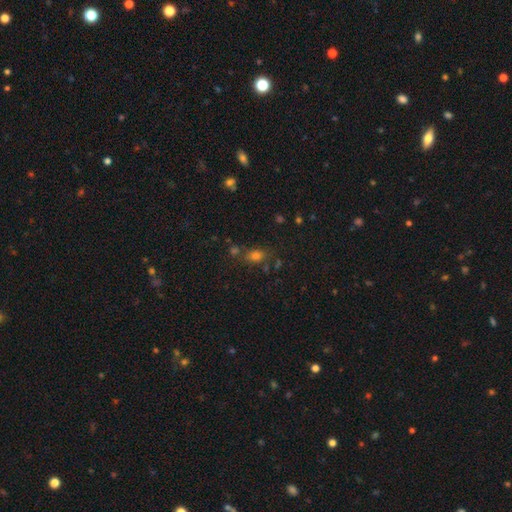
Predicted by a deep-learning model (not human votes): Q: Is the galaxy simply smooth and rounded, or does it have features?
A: smooth — 64%.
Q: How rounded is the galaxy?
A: in between — 58%.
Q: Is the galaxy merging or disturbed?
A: none — 68%.